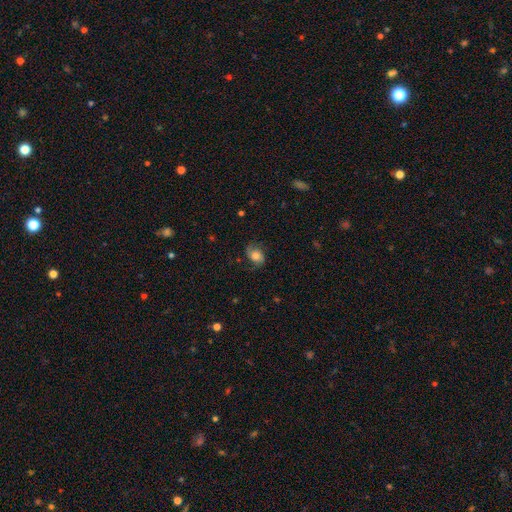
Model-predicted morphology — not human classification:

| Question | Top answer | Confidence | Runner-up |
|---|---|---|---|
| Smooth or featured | smooth | 52% | featured or disk (38%) |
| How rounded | in between | 67% | round (32%) |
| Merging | none | 67% | minor disturbance (22%) |